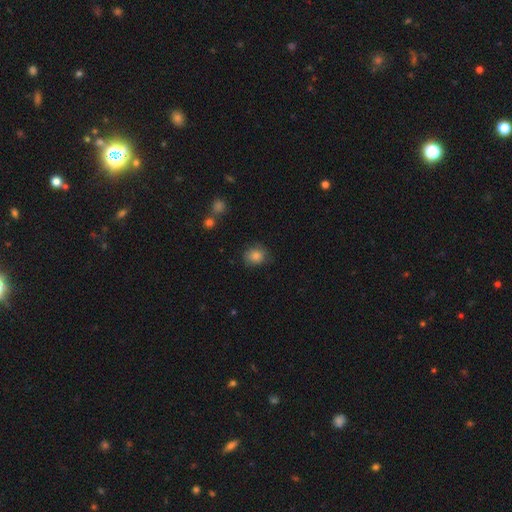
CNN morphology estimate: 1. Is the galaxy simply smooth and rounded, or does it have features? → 84% smooth, 9% star or artifact, 7% featured or disk.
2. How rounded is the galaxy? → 69% round, 30% in between, 1% cigar-shaped.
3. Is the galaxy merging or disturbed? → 75% none, 19% minor disturbance, 4% major disturbance, 2% merger.